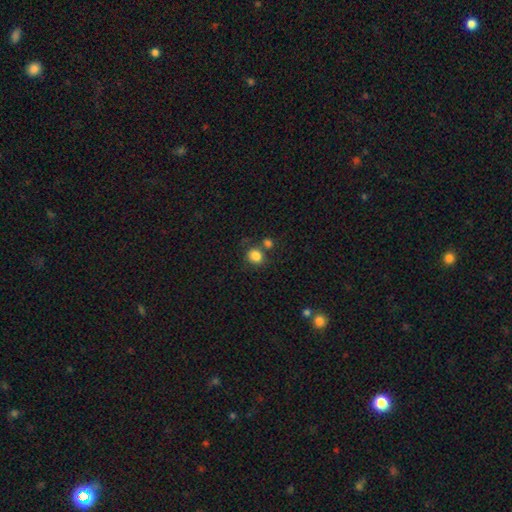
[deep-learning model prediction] Smooth or featured?
  - smooth: 84% *
  - star or artifact: 11%
  - featured or disk: 5%
How rounded?
  - round: 75% *
  - in between: 24%
  - cigar-shaped: 1%
Merging?
  - none: 66% *
  - merger: 19%
  - minor disturbance: 11%
  - major disturbance: 4%